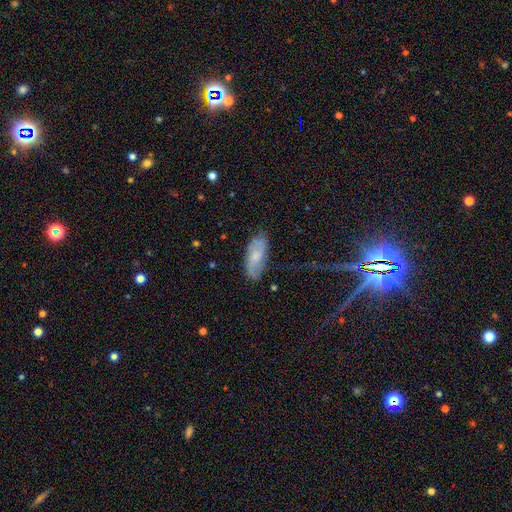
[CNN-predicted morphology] Smooth or featured: smooth — 50% (featured or disk — 41%)
How rounded: in between — 81% (cigar-shaped — 17%)
Merging: none — 72% (minor disturbance — 20%)